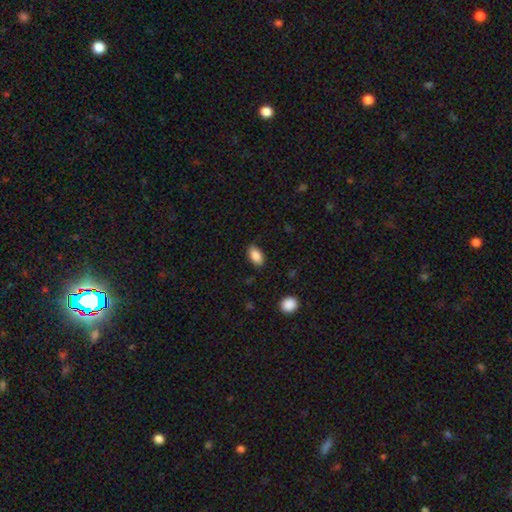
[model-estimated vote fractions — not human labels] This appears to be a smooth galaxy with no disk features (88%) that is in between round and cigar-shaped (92%). Merging: none (85%).